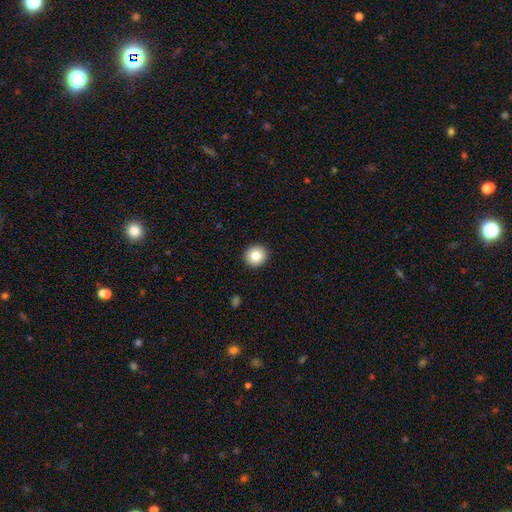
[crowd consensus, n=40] smooth-or-featured: smooth: 80% | star or artifact: 12% | featured or disk: 8%
  how-rounded: round: 94% | in between: 6% | cigar-shaped: 0%
  merging: none: 94% | minor disturbance: 3% | major disturbance: 3% | merger: 0%